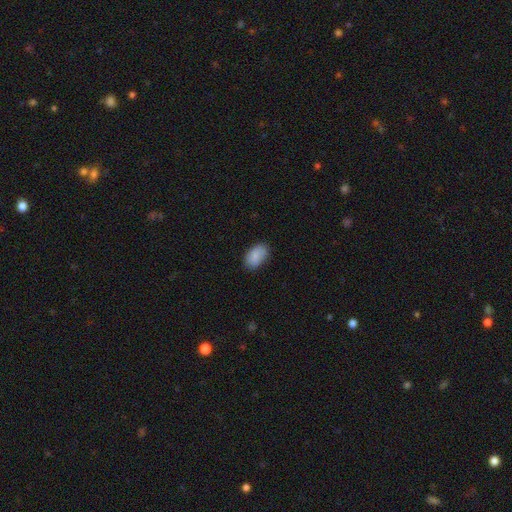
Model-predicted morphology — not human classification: Q: Smooth or featured?
A: smooth (85%); runner-up: featured or disk (8%)
Q: How rounded?
A: in between (92%); runner-up: round (6%)
Q: Merging?
A: none (82%); runner-up: minor disturbance (14%)